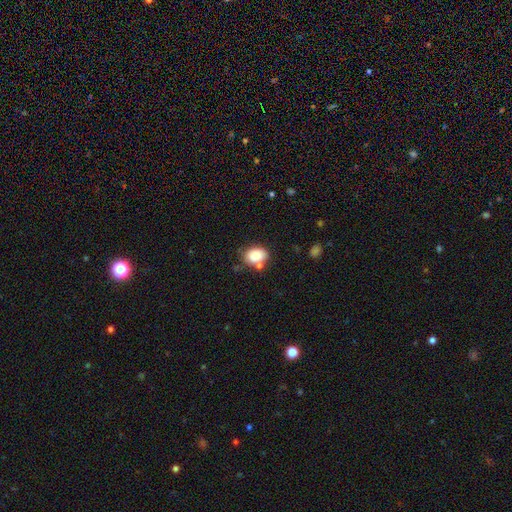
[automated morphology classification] Smooth or featured? smooth (85%)
How rounded? in between (70%)
Merging? none (64%)